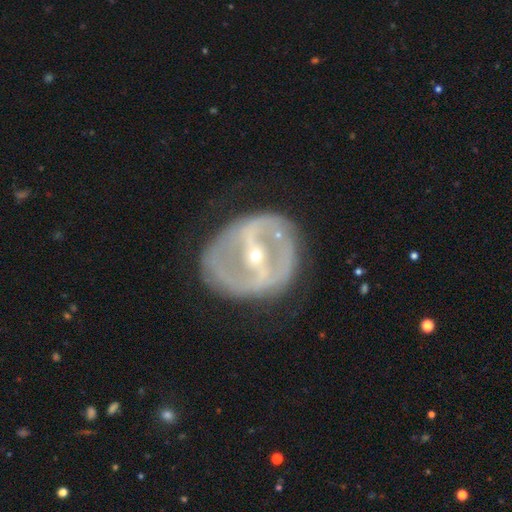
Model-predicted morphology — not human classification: A featured or disk galaxy (85%) with a strong bar (64%), spiral arms (61%) and a small central bulge (80%).

Vote fractions:
- Smooth or featured? featured or disk: 85% / smooth: 9% / star or artifact: 7%
- Edge-on disk? no: 94% / yes: 6%
- Bar? strong: 64% / weak: 22% / no: 15%
- Spiral arms? yes: 61% / no: 39%
- Bulge size? small: 80% / moderate: 16% / large: 1% / dominant: 1% / none: 1%
- Merging? none: 72% / minor disturbance: 15% / major disturbance: 10% / merger: 2%